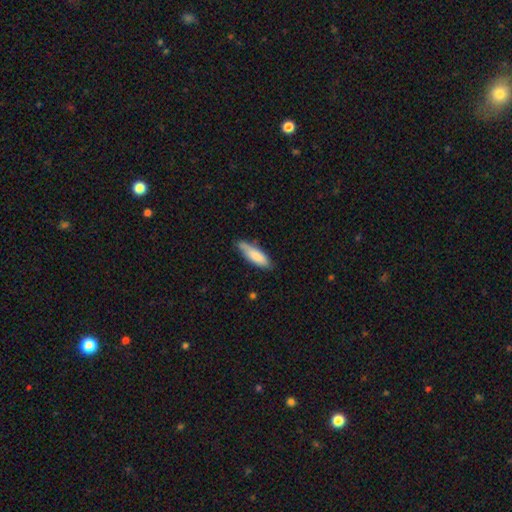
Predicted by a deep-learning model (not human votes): Morphology: type=smooth (83%); roundness=cigar-shaped (54%); merging=none (69%).